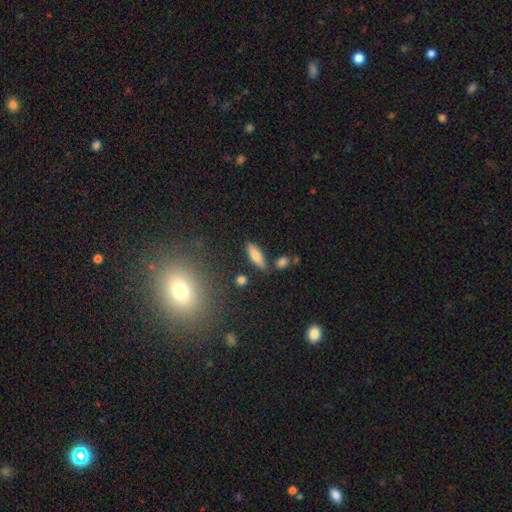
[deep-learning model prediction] This is likely a smooth galaxy (75%). How rounded: possibly in between (49%). Merging: likely none (78%).